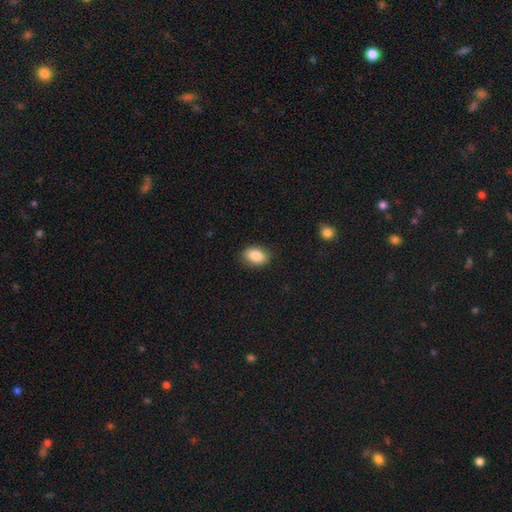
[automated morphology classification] type=smooth (86%); roundness=in between (82%); merging=none (87%).